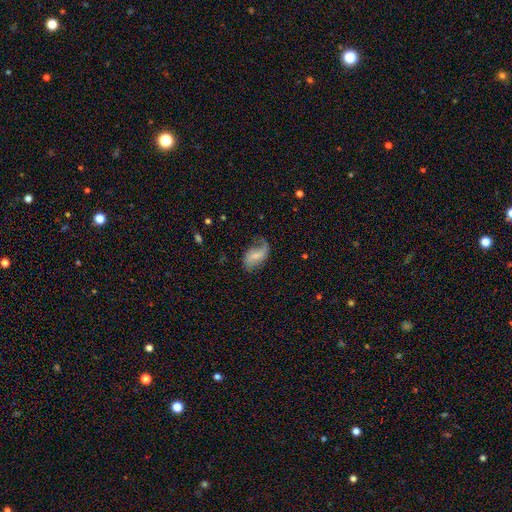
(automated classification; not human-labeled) A featured or disk galaxy (55%) with a weak bar (46%), spiral arms (84%) and a small central bulge (46%). Merging: none (46%).